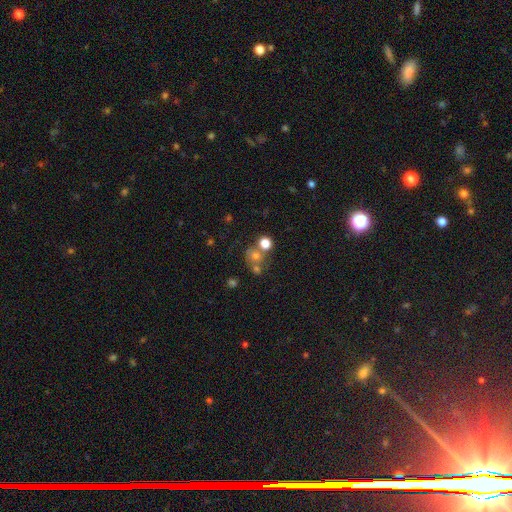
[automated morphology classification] Smooth or featured? Predicted: smooth (p=0.65). How rounded? Predicted: round (p=0.78). Merging? Predicted: none (p=0.48).